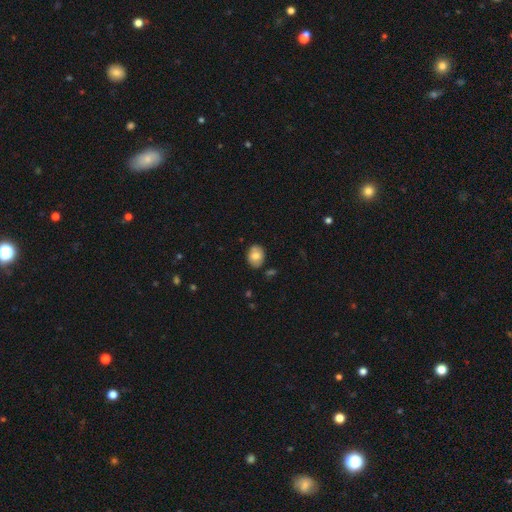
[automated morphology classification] smooth 77%, featured or disk 16%, star or artifact 8%. Down the decision tree: how rounded — in between (66%); merging — none (82%).